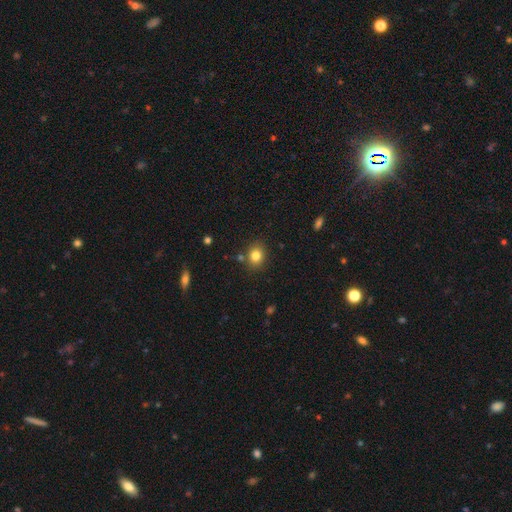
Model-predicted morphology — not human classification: smooth_or_featured: smooth (p=0.82) [alt: star or artifact p=0.11]
how_rounded: round (p=0.61) [alt: in between p=0.38]
merging: none (p=0.81) [alt: minor disturbance p=0.10]